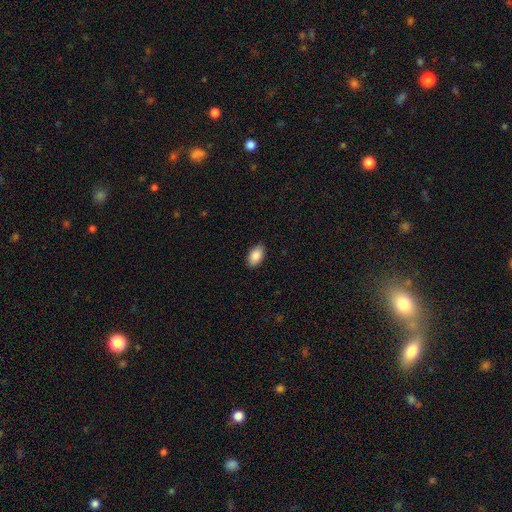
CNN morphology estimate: Q: Smooth or featured?
A: smooth (89%); runner-up: star or artifact (7%)
Q: How rounded?
A: in between (94%); runner-up: round (5%)
Q: Merging?
A: none (88%); runner-up: minor disturbance (9%)